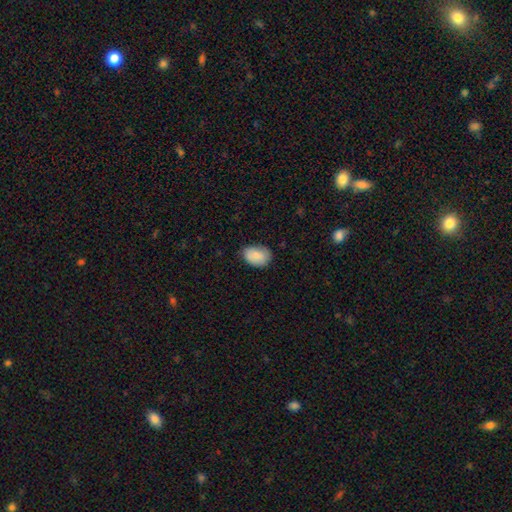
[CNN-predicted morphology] smooth_or_featured: smooth (p=0.84) [alt: featured or disk p=0.09]
how_rounded: in between (p=0.79) [alt: round p=0.20]
merging: none (p=0.73) [alt: minor disturbance p=0.22]